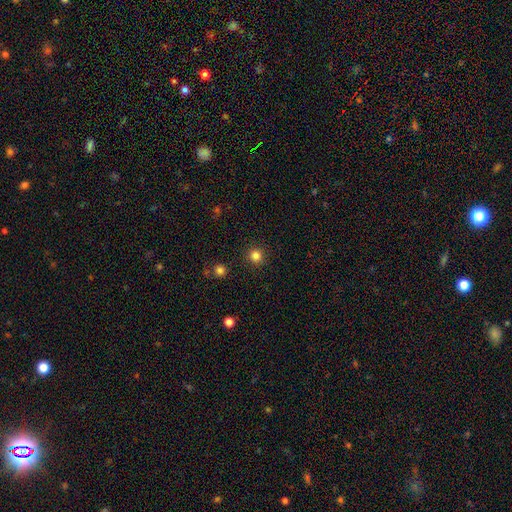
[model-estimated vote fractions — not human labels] A smooth galaxy with no disk features (83%) that is round (94%). Merging: none (92%).